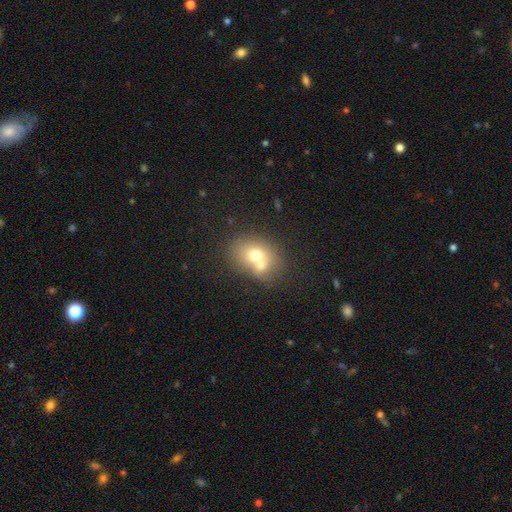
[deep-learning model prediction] smooth 65%, featured or disk 24%, star or artifact 11%. Down the decision tree: how rounded — in between (53%); merging — merger (58%).